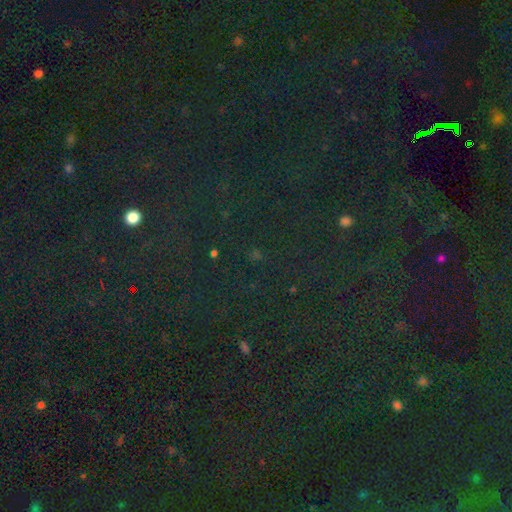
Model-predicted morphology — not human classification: Smooth or featured? star or artifact (78%)